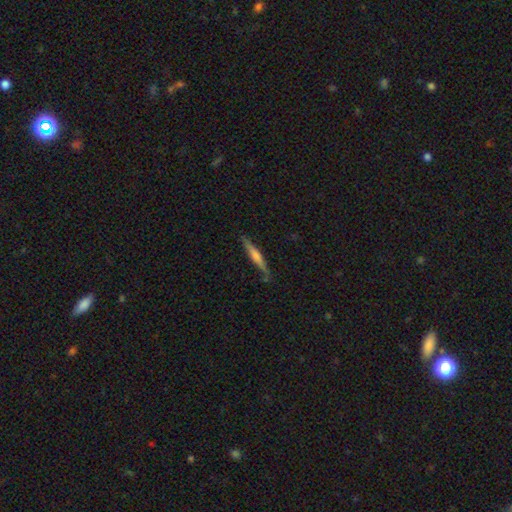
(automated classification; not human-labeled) featured or disk 60%, smooth 33%, star or artifact 6%. Down the decision tree: edge-on disk — yes (97%); edge-on bulge — rounded (72%); merging — none (85%).